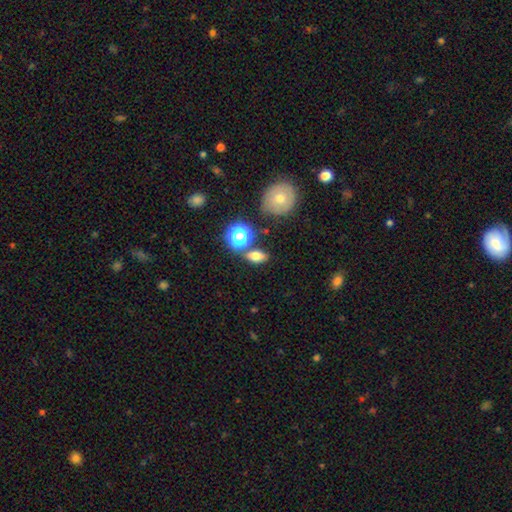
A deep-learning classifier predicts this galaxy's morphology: A smooth galaxy with no disk features (71%) that is in between round and cigar-shaped (72%). Merging: none (74%).